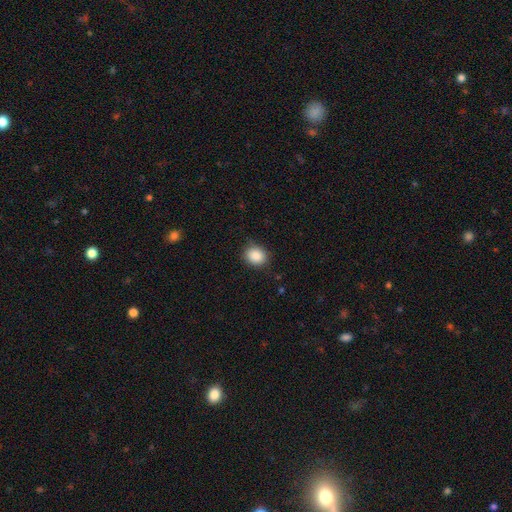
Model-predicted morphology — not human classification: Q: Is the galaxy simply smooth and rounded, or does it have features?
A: smooth — 88%.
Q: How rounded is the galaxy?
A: round — 67%.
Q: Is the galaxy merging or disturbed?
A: none — 83%.